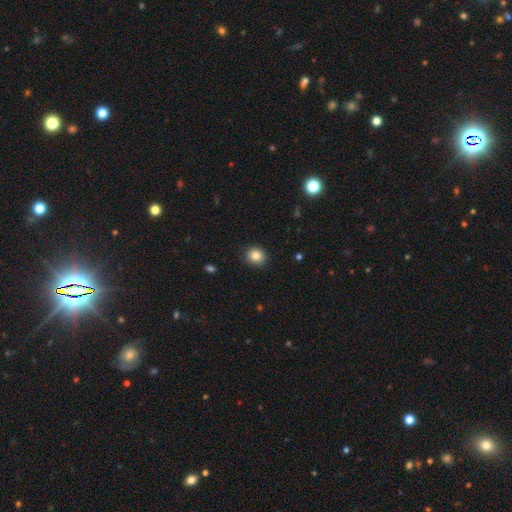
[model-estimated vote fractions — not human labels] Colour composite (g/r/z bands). It shows a smooth galaxy with no disk features (83%) that is round (86%). Merging: none (90%).